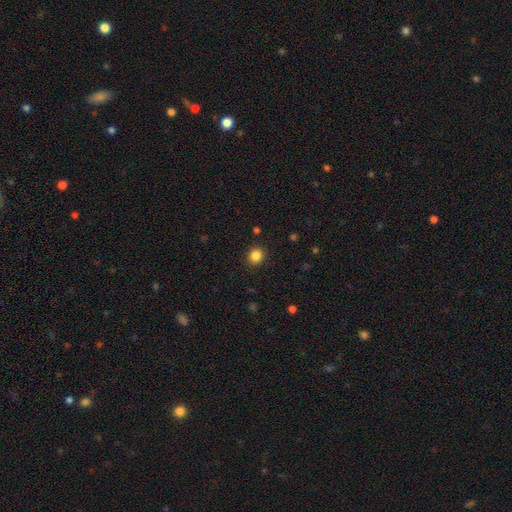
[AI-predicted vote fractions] The model was most divided on "how rounded": round: 84%, in between: 15%, cigar-shaped: 1%. More confident: merging — none (91%); smooth or featured — smooth (85%).